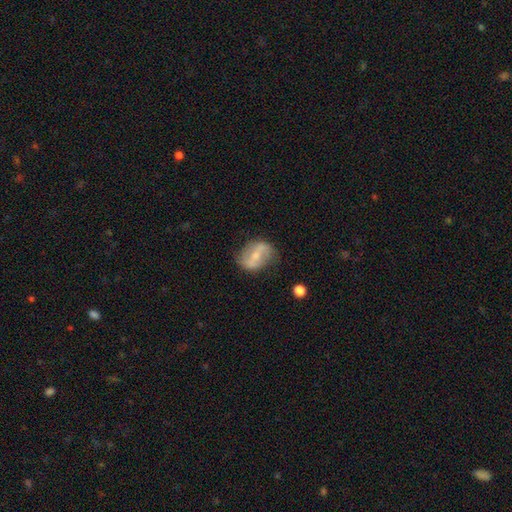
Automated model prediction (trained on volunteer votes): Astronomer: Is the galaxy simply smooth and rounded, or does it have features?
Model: featured or disk — 62%.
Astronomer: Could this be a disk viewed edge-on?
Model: no — 94%.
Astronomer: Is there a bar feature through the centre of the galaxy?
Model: strong — 47% (runner-up: weak, 35%).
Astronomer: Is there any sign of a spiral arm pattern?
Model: yes — 63%.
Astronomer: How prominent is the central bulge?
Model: small — 46% (runner-up: moderate, 45%).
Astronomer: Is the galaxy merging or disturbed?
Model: none — 69%.